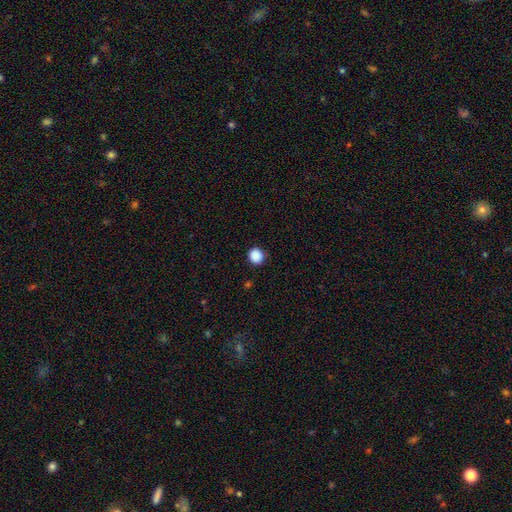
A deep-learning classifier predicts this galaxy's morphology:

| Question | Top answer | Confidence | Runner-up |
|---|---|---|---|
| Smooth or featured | smooth | 88% | star or artifact (10%) |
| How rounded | round | 92% | in between (7%) |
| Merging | none | 89% | minor disturbance (7%) |